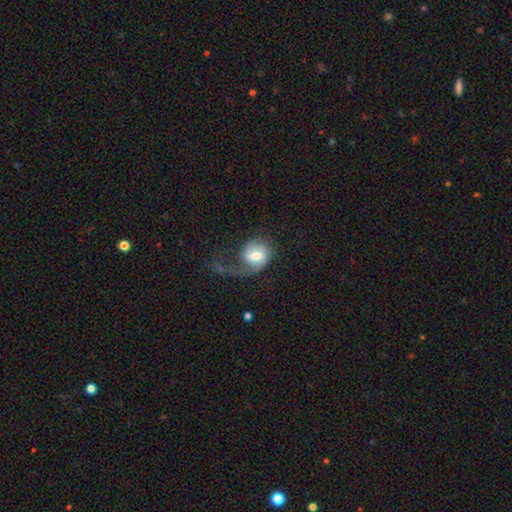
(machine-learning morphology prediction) type=featured or disk (58%); edge-on=no (97%); bar=no (45%); spiral arms=yes (86%); bulge=moderate (63%); merging=major disturbance (50%).